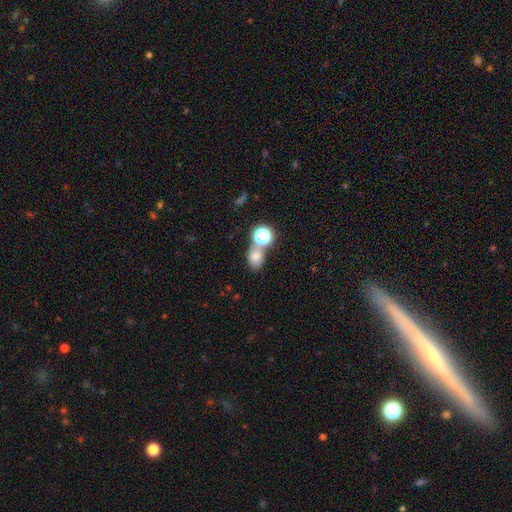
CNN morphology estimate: Smooth or featured?
  - smooth: 67% *
  - star or artifact: 23%
  - featured or disk: 10%
How rounded?
  - in between: 50% *
  - round: 48%
  - cigar-shaped: 2%
Merging?
  - none: 55% *
  - merger: 31%
  - minor disturbance: 10%
  - major disturbance: 4%